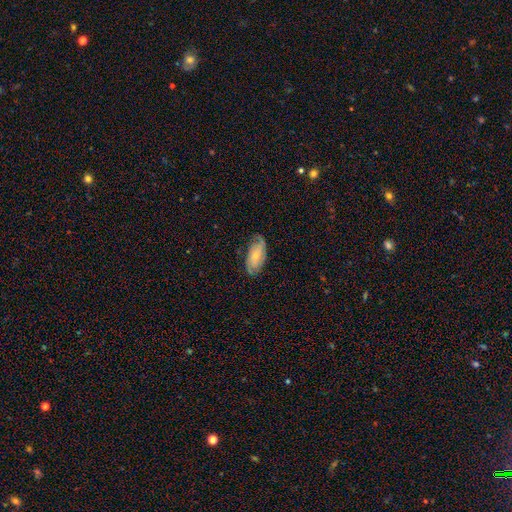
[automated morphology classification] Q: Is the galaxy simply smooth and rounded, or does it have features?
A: featured or disk — 60%.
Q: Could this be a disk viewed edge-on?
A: no — 93%.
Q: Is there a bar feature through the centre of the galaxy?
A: no — 67%.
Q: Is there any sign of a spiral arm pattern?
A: yes — 89%.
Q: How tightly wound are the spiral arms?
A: tight — 45%.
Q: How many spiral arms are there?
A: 2 — 55%.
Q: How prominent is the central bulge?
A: small — 64%.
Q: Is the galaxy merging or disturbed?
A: none — 73%.